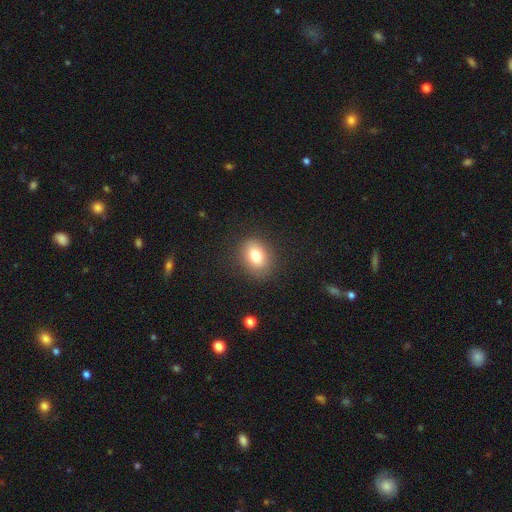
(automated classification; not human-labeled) Smooth or featured: smooth — 79% (featured or disk — 11%)
How rounded: in between — 59% (round — 40%)
Merging: none — 86% (minor disturbance — 10%)